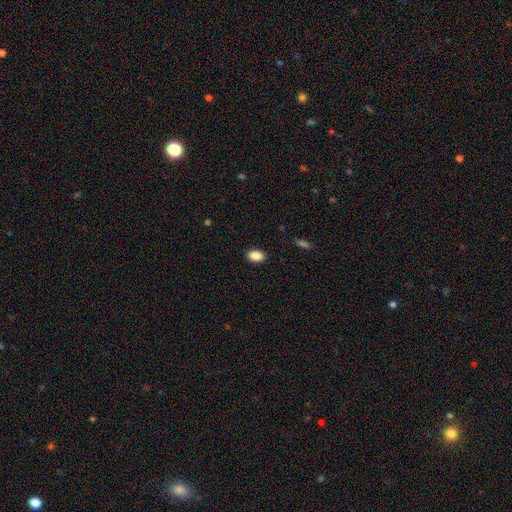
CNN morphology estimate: smooth_or_featured: smooth (p=0.88) [alt: star or artifact p=0.08]
how_rounded: in between (p=0.86) [alt: round p=0.12]
merging: none (p=0.89) [alt: minor disturbance p=0.08]